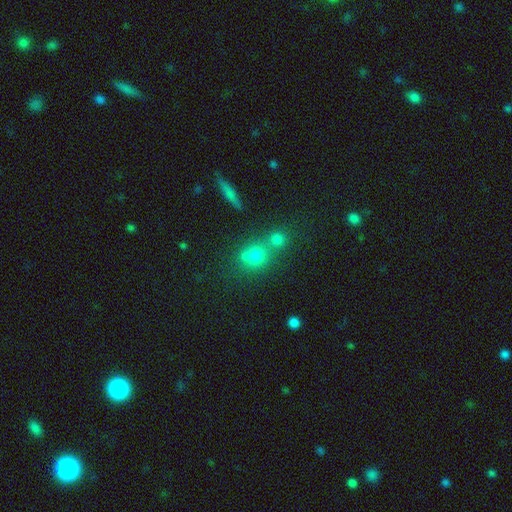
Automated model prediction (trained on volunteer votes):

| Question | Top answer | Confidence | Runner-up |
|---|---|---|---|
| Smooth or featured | smooth | 70% | star or artifact (17%) |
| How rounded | round | 80% | in between (18%) |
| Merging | none | 48% | merger (39%) |